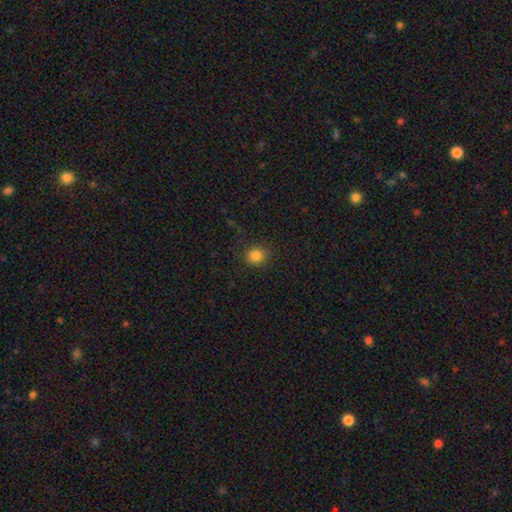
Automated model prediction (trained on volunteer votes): smooth_or_featured: smooth (p=0.83) [alt: star or artifact p=0.12]
how_rounded: round (p=0.84) [alt: in between p=0.15]
merging: none (p=0.86) [alt: minor disturbance p=0.10]